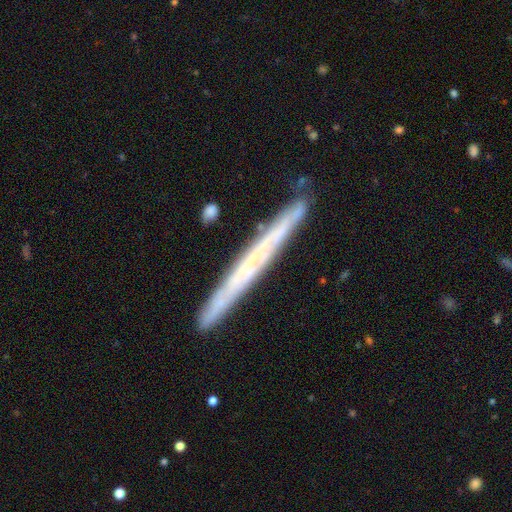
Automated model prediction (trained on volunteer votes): This is likely a featured or disk galaxy (61%). It is clearly viewed edge-on (94%). Edge-on bulge: clearly none (85%). Merging: clearly none (88%).